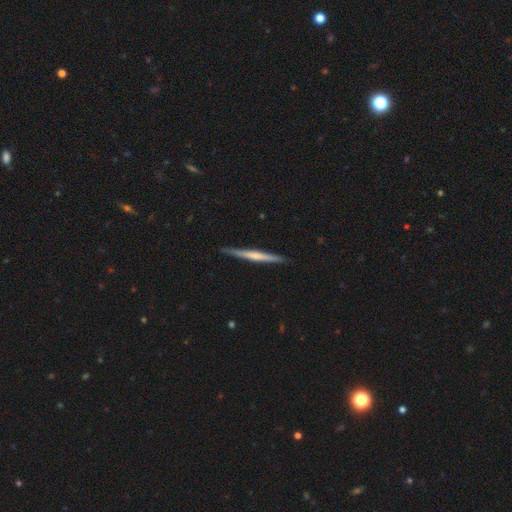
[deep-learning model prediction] Smooth or featured: featured or disk — 55% (smooth — 40%)
Edge-on disk: yes — 97% (no — 3%)
Edge-on bulge: none — 54% (rounded — 35%)
Merging: none — 90% (minor disturbance — 8%)